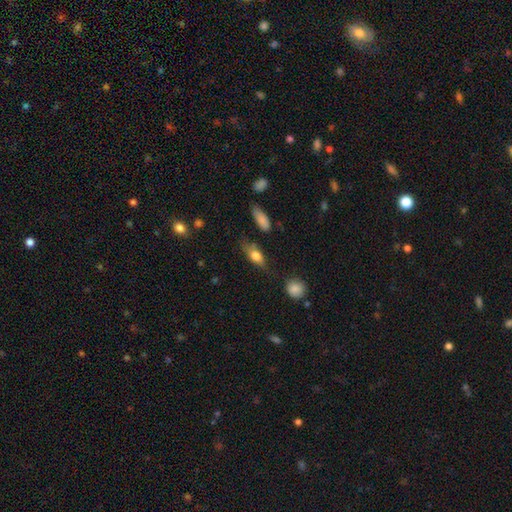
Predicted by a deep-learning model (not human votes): Smooth or featured: smooth — 72% (featured or disk — 20%)
How rounded: in between — 76% (cigar-shaped — 17%)
Merging: none — 60% (minor disturbance — 26%)